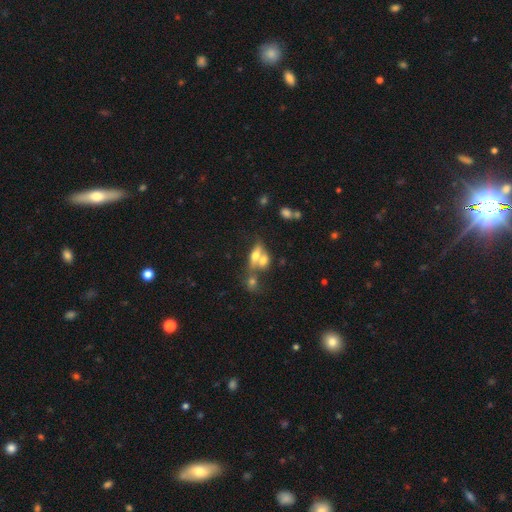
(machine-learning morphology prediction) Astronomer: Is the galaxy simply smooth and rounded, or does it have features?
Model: smooth — 57%.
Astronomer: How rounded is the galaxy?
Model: in between — 71%.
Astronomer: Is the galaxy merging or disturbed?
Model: merger — 59%.